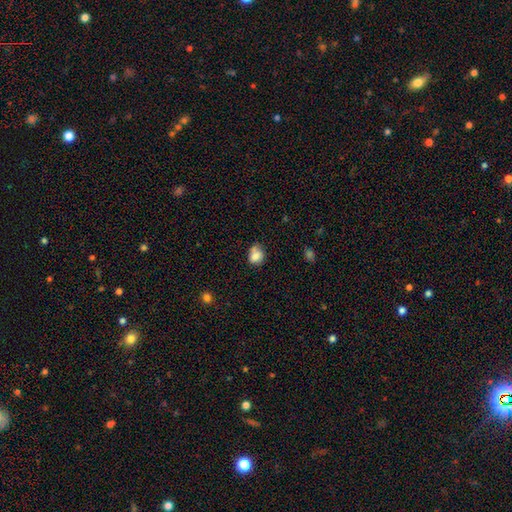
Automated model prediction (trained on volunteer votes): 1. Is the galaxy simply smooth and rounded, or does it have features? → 78% smooth, 12% featured or disk, 10% star or artifact.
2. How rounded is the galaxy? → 50% in between, 49% round, 1% cigar-shaped.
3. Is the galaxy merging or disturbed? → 47% none, 29% minor disturbance, 16% merger, 8% major disturbance.